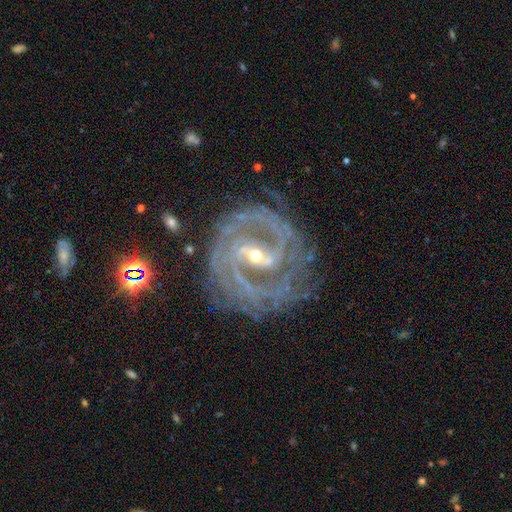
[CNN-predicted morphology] smooth-or-featured: featured or disk: 91% | star or artifact: 6% | smooth: 3%
  disk-edge-on: no: 97% | yes: 3%
    bar: strong: 43% | weak: 39% | no: 18%
    has-spiral-arms: yes: 97% | no: 3%
      spiral-winding: tight: 61% | medium: 33% | loose: 6%
      spiral-arm-count: 2: 49% | 3: 17% | can't tell: 14% | 4: 8% | more than 4: 6% | 1: 6%
    bulge-size: small: 64% | moderate: 33% | large: 2% | none: 1% | dominant: 1%
  merging: none: 72% | minor disturbance: 17% | major disturbance: 9% | merger: 2%